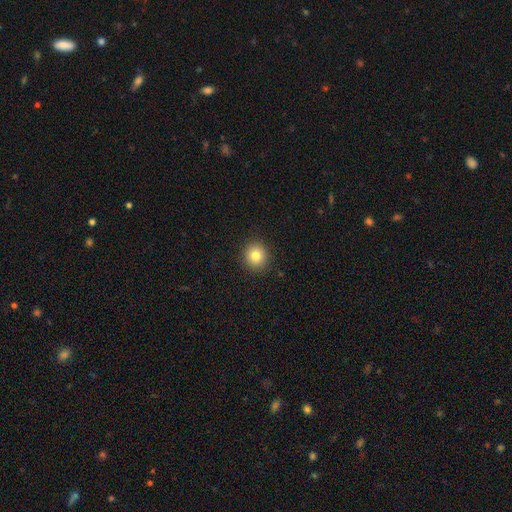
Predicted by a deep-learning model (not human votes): smooth_or_featured: smooth (p=0.81) [alt: star or artifact p=0.11]
how_rounded: round (p=0.92) [alt: in between p=0.07]
merging: none (p=0.92) [alt: minor disturbance p=0.05]